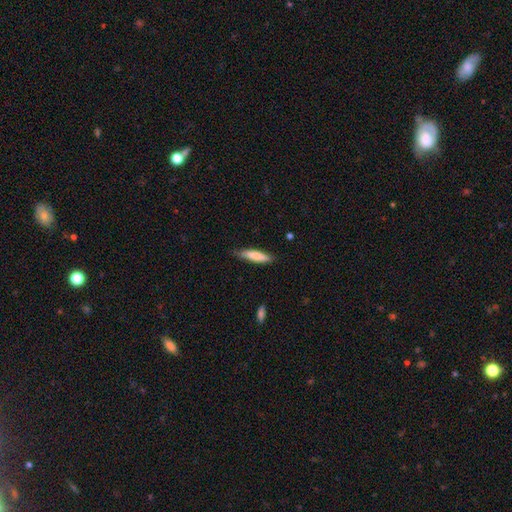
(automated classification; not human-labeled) This is likely a smooth galaxy (80%). How rounded: likely cigar-shaped (77%). Merging: likely none (78%).